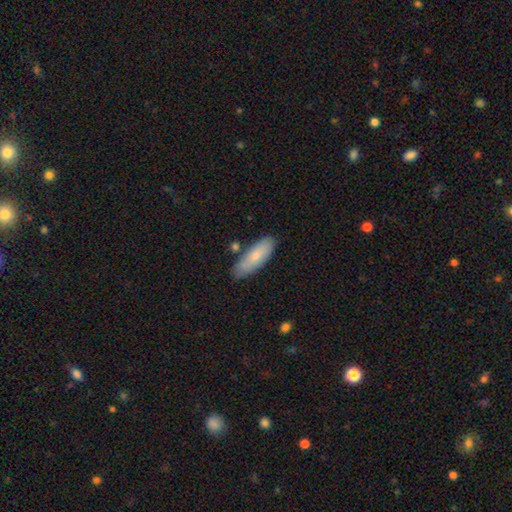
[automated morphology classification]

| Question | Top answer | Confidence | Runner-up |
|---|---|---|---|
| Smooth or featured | smooth | 77% | featured or disk (18%) |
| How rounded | in between | 63% | cigar-shaped (35%) |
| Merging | none | 76% | minor disturbance (16%) |